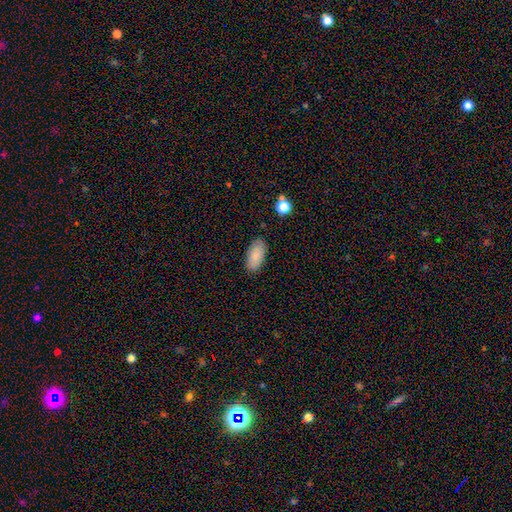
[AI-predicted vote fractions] smooth 85%, featured or disk 8%, star or artifact 7%. Down the decision tree: how rounded — in between (92%); merging — none (86%).